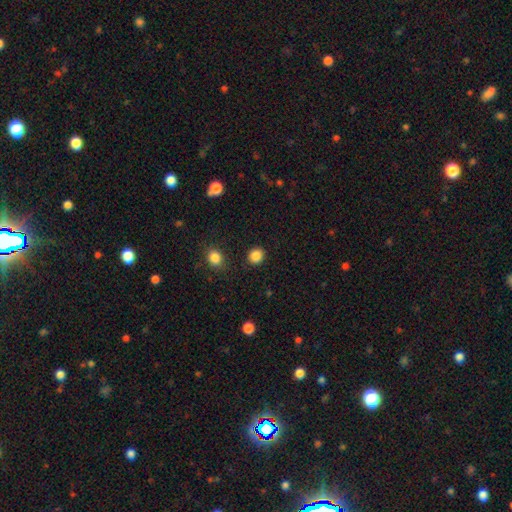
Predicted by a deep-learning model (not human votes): smooth-or-featured: smooth: 86% | star or artifact: 10% | featured or disk: 3%
  how-rounded: round: 83% | in between: 16% | cigar-shaped: 1%
  merging: none: 89% | minor disturbance: 6% | major disturbance: 2% | merger: 2%